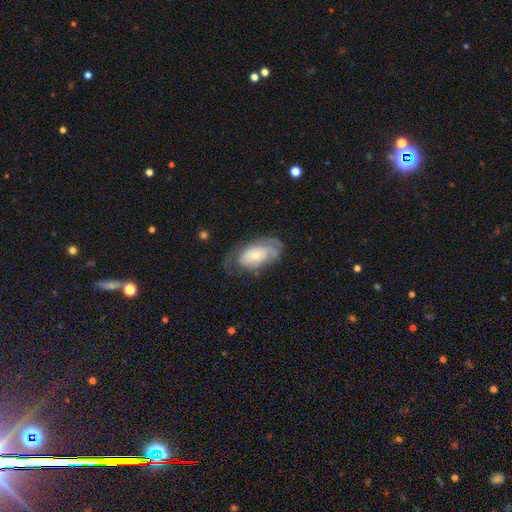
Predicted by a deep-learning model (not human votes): The model was most divided on "smooth or featured": featured or disk: 56%, smooth: 38%, star or artifact: 7%. More confident: edge-on disk — no (92%); bar — no (83%); spiral arms — yes (64%); bulge size — small (62%); merging — none (54%).